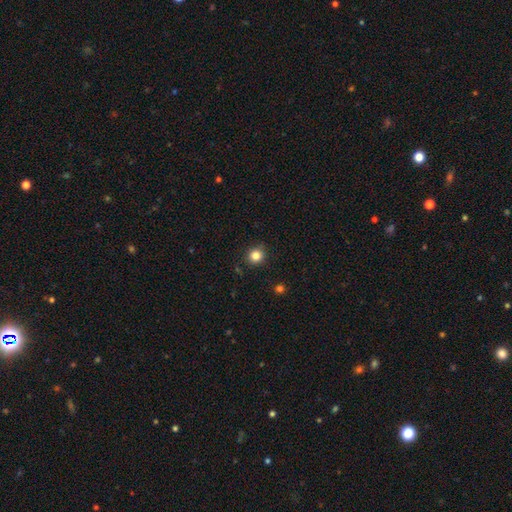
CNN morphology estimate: smooth 84%, star or artifact 12%, featured or disk 4%. Down the decision tree: how rounded — round (89%); merging — none (89%).